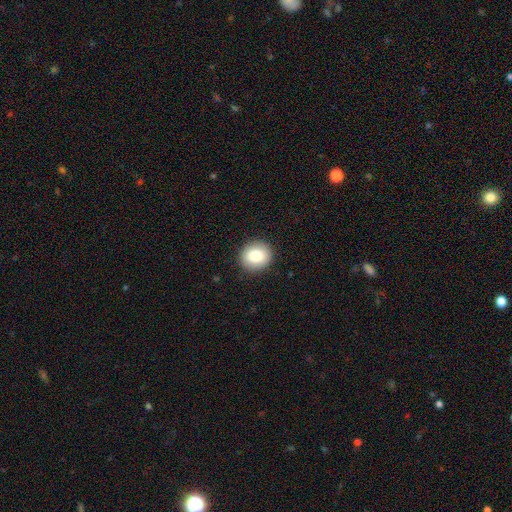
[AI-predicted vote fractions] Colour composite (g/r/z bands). It shows a smooth galaxy with no disk features (83%) that is round (81%). Merging: none (90%).